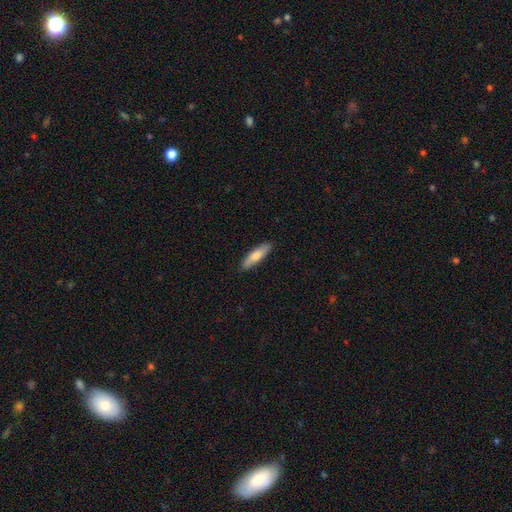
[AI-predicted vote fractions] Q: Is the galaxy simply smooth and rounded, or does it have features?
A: smooth — 72%.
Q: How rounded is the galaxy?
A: cigar-shaped — 67%.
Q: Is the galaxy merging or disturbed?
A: none — 87%.